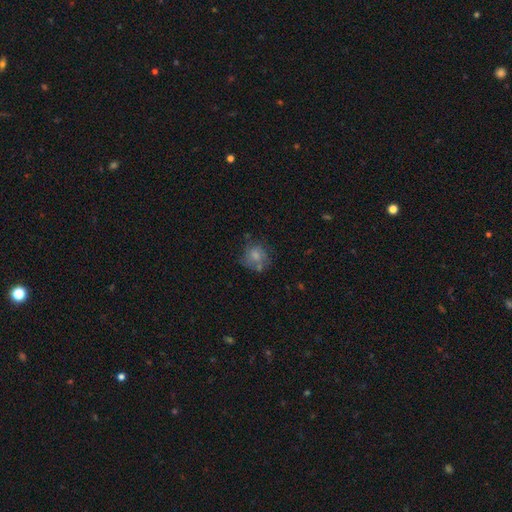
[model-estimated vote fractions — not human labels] Morphology: type=smooth (62%); roundness=round (76%); merging=none (54%).